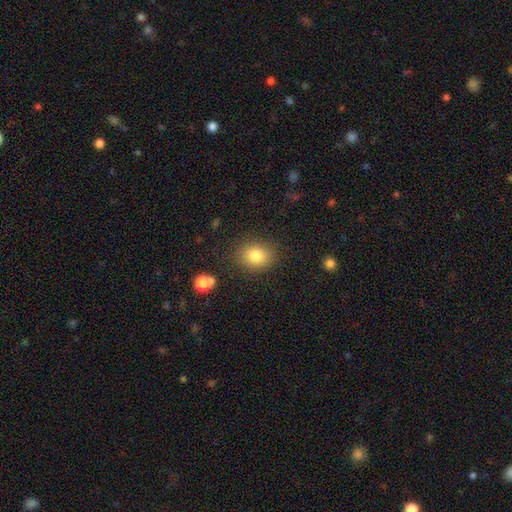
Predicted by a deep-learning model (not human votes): smooth-or-featured: smooth: 82% | star or artifact: 10% | featured or disk: 8%
  how-rounded: round: 56% | in between: 43% | cigar-shaped: 1%
  merging: none: 85% | minor disturbance: 10% | major disturbance: 3% | merger: 2%